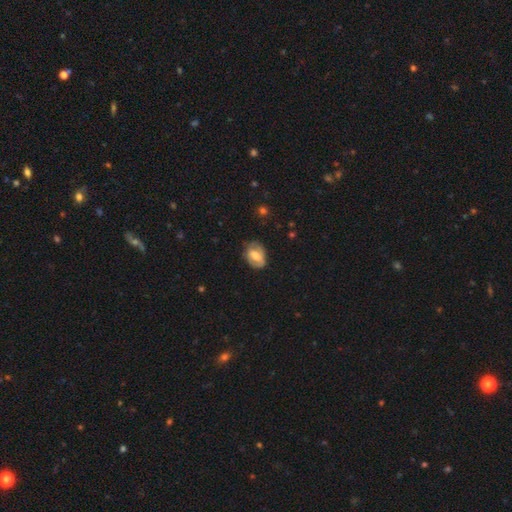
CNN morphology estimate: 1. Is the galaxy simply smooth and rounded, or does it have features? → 56% smooth, 37% featured or disk, 7% star or artifact.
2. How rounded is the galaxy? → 79% in between, 19% round, 2% cigar-shaped.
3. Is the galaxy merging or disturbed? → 63% none, 26% minor disturbance, 9% major disturbance, 1% merger.